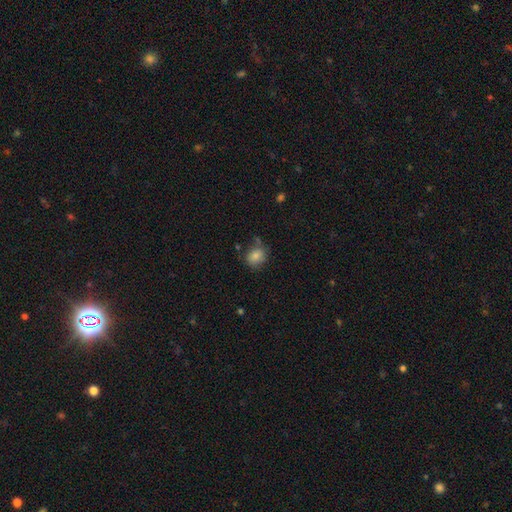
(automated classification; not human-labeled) Smooth or featured? Predicted: smooth (p=0.82). How rounded? Predicted: round (p=0.62). Merging? Predicted: none (p=0.68).